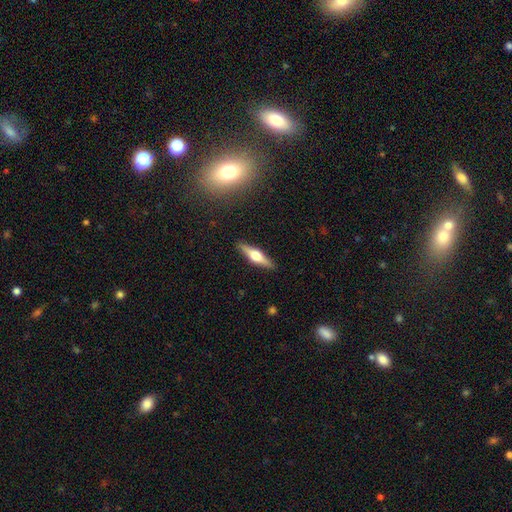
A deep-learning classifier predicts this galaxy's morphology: featured or disk 62%, smooth 32%, star or artifact 6%. Down the decision tree: edge-on disk — yes (96%); edge-on bulge — rounded (94%); merging — none (90%).